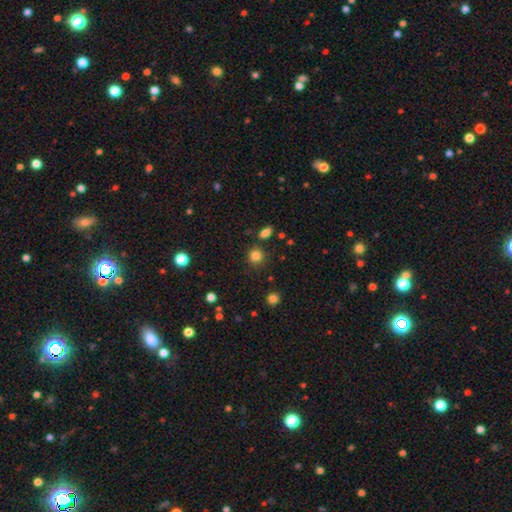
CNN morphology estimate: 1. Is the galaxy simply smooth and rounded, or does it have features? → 83% smooth, 13% star or artifact, 5% featured or disk.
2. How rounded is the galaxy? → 89% round, 10% in between, 1% cigar-shaped.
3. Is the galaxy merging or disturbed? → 84% none, 8% minor disturbance, 5% merger, 3% major disturbance.